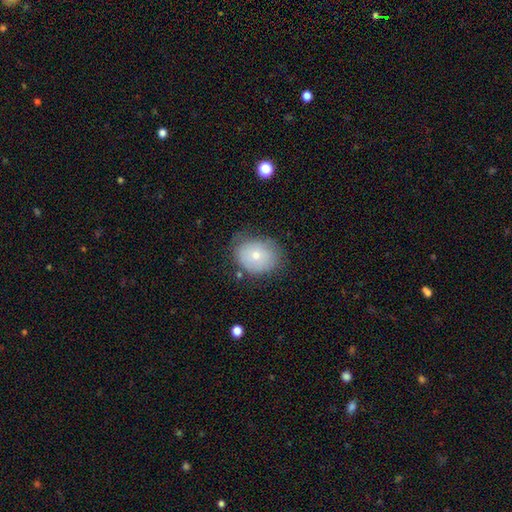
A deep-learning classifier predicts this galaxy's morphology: smooth 67%, featured or disk 23%, star or artifact 9%. Down the decision tree: how rounded — round (56%); merging — none (62%).